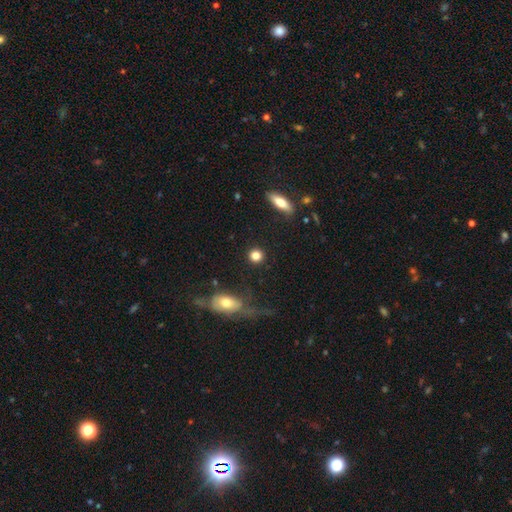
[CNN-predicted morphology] smooth 85%, star or artifact 10%, featured or disk 6%. Down the decision tree: how rounded — round (89%); merging — none (89%).